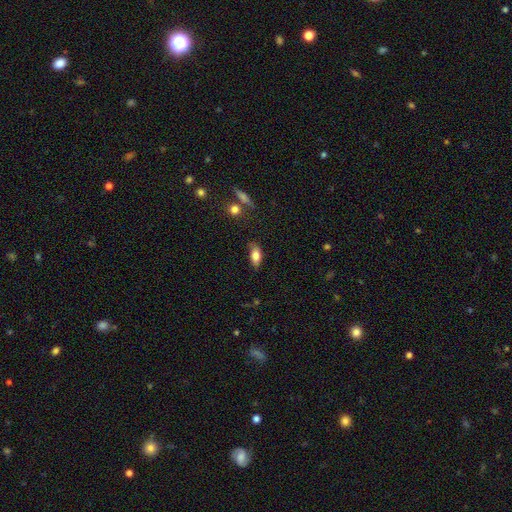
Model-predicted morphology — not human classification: This appears to be a smooth galaxy with no disk features (79%) that is in between round and cigar-shaped (86%). Merging: none (72%).